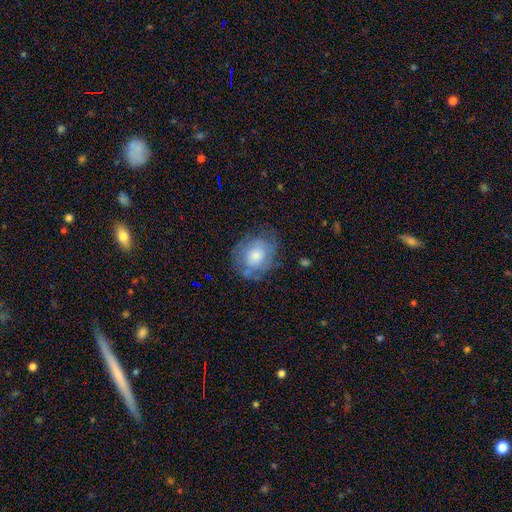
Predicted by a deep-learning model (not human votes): Q: Smooth or featured?
A: smooth (54%); runner-up: featured or disk (38%)
Q: How rounded?
A: round (55%); runner-up: in between (44%)
Q: Merging?
A: none (64%); runner-up: minor disturbance (23%)